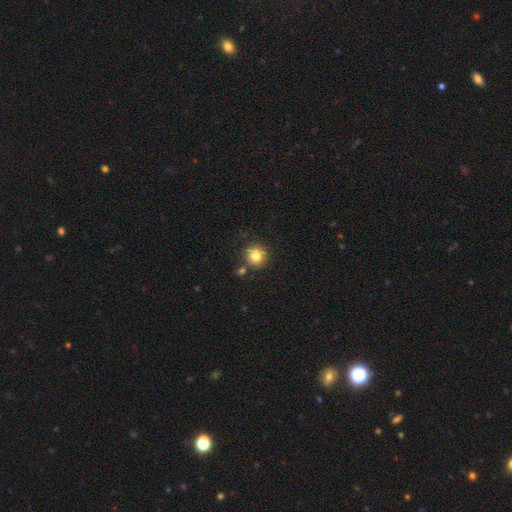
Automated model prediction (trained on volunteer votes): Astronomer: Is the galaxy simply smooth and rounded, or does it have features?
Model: smooth — 83%.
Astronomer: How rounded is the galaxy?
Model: round — 92%.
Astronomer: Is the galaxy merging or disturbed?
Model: none — 80%.